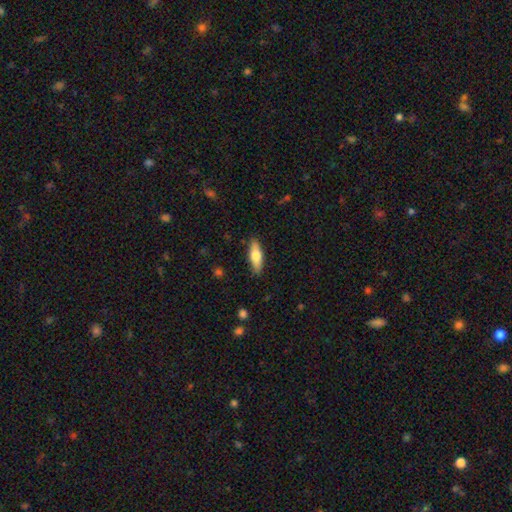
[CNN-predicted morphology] The model was most divided on "how rounded": in between: 53%, cigar-shaped: 45%, round: 2%. More confident: merging — none (88%); smooth or featured — smooth (66%).